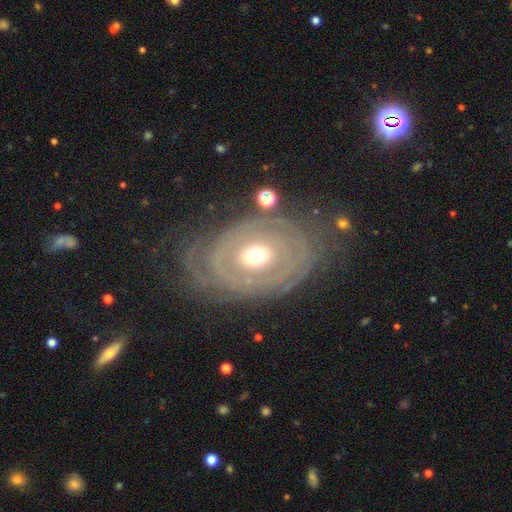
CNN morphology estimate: A featured or disk galaxy (76%) with no bar (81%), spiral arms (60%) and a moderate central bulge (65%).

Vote fractions:
- Smooth or featured? featured or disk: 76% / smooth: 18% / star or artifact: 6%
- Edge-on disk? no: 95% / yes: 5%
- Bar? no: 81% / weak: 13% / strong: 5%
- Spiral arms? yes: 60% / no: 40%
- Bulge size? moderate: 65% / small: 23% / large: 9% / dominant: 2% / none: 1%
- Merging? none: 69% / minor disturbance: 17% / major disturbance: 12% / merger: 3%